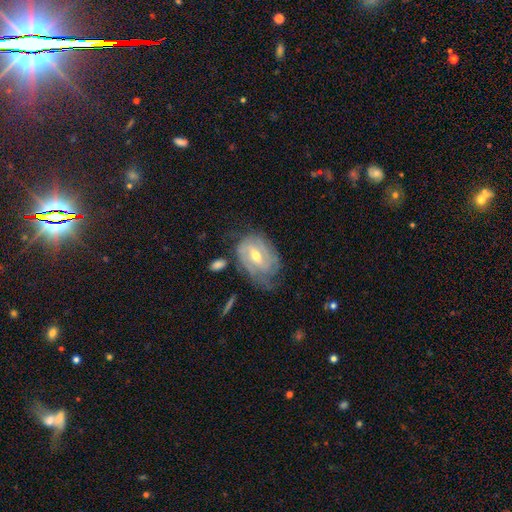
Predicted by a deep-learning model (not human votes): A featured or disk galaxy (78%) with a weak bar (52%), 2 (41%) tight (61%) spiral arms (88%) and a moderate central bulge (62%).

Vote fractions:
- Smooth or featured? featured or disk: 78% / smooth: 16% / star or artifact: 6%
- Edge-on disk? no: 95% / yes: 5%
- Bar? weak: 52% / strong: 27% / no: 21%
- Spiral arms? yes: 88% / no: 12%
- Spiral winding? tight: 61% / medium: 29% / loose: 10%
- Spiral arm count? 2: 41% / can't tell: 35% / 3: 12% / 1: 6% / 4: 4% / more than 4: 3%
- Bulge size? moderate: 62% / small: 34% / large: 2% / none: 1% / dominant: 1%
- Merging? none: 53% / minor disturbance: 27% / major disturbance: 16% / merger: 4%